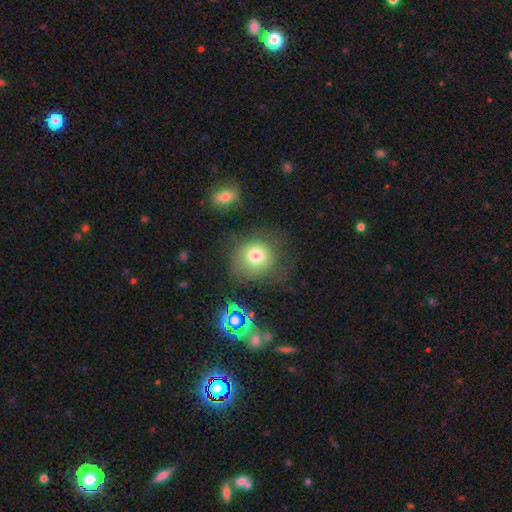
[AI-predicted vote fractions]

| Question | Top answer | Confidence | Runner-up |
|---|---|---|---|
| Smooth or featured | smooth | 75% | star or artifact (14%) |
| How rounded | round | 82% | in between (17%) |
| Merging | none | 63% | minor disturbance (19%) |